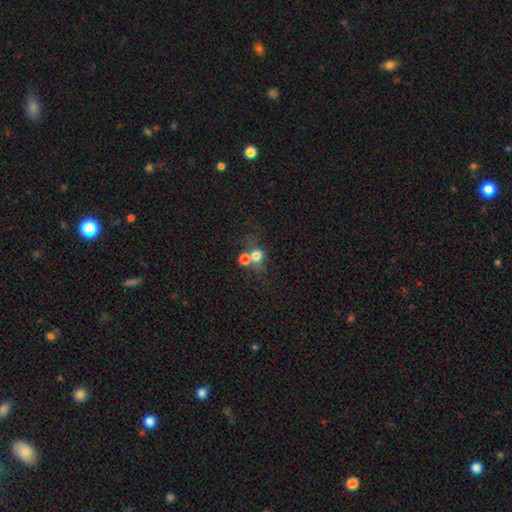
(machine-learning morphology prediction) Smooth or featured?
  - smooth: 69% *
  - star or artifact: 16%
  - featured or disk: 16%
How rounded?
  - round: 78% *
  - in between: 20%
  - cigar-shaped: 2%
Merging?
  - merger: 46% *
  - none: 39%
  - minor disturbance: 9%
  - major disturbance: 7%